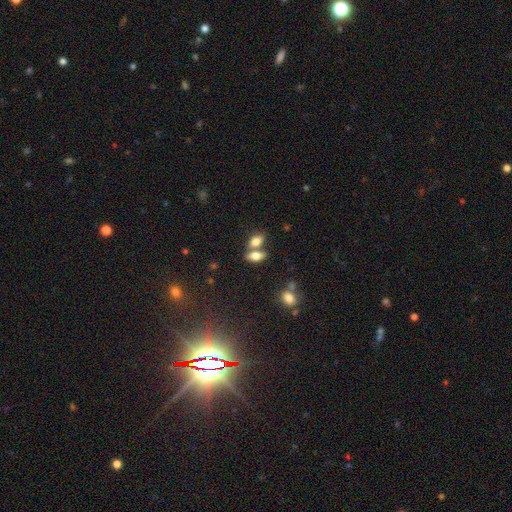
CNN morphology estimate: Smooth or featured?
  - smooth: 74% *
  - featured or disk: 17%
  - star or artifact: 9%
How rounded?
  - in between: 84% *
  - cigar-shaped: 11%
  - round: 5%
Merging?
  - none: 44% *
  - merger: 42%
  - minor disturbance: 10%
  - major disturbance: 4%